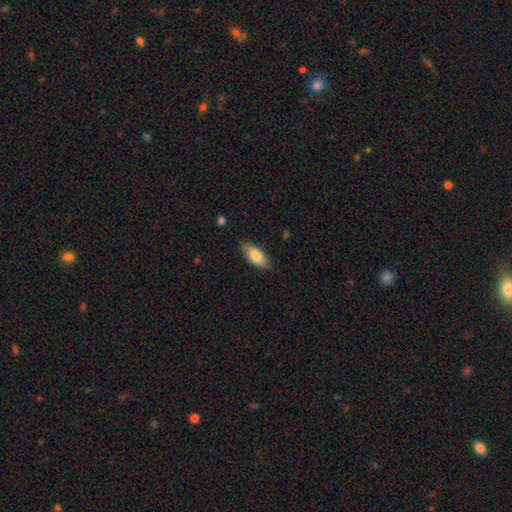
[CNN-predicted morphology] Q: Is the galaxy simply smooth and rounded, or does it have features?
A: smooth — 76%.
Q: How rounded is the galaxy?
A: in between — 83%.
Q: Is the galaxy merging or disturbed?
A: none — 82%.